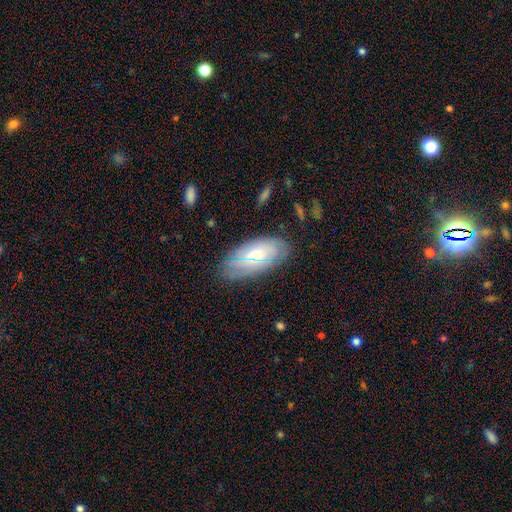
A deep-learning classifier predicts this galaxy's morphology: Q: Smooth or featured?
A: smooth (50%); runner-up: featured or disk (40%)
Q: Merging?
A: none (80%); runner-up: minor disturbance (15%)